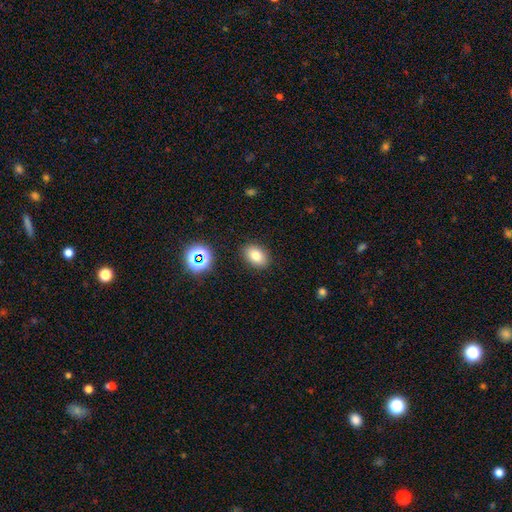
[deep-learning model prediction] smooth-or-featured: smooth: 79% | star or artifact: 13% | featured or disk: 8%
  how-rounded: in between: 80% | round: 19% | cigar-shaped: 1%
  merging: none: 87% | minor disturbance: 9% | major disturbance: 3% | merger: 2%